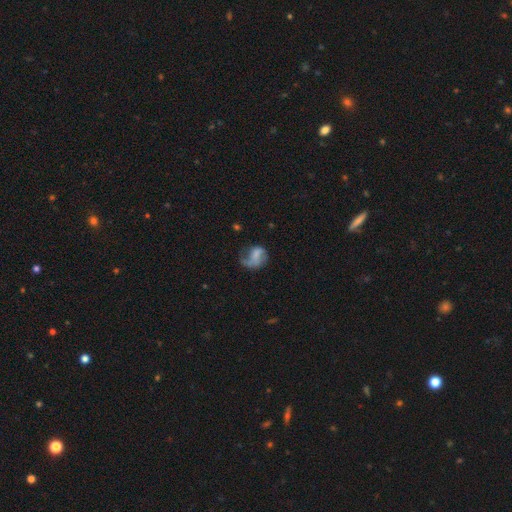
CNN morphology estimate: Q: Smooth or featured?
A: featured or disk (49%); runner-up: smooth (41%)
Q: Merging?
A: major disturbance (42%); runner-up: none (31%)